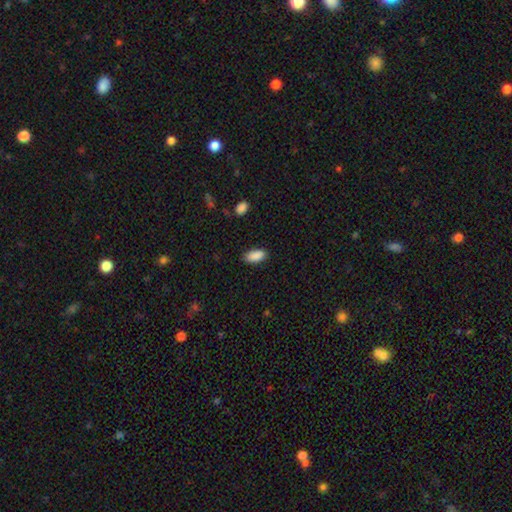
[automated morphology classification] Smooth or featured?
  - smooth: 90% *
  - star or artifact: 7%
  - featured or disk: 3%
How rounded?
  - in between: 88% *
  - cigar-shaped: 10%
  - round: 2%
Merging?
  - none: 87% *
  - minor disturbance: 10%
  - major disturbance: 2%
  - merger: 1%